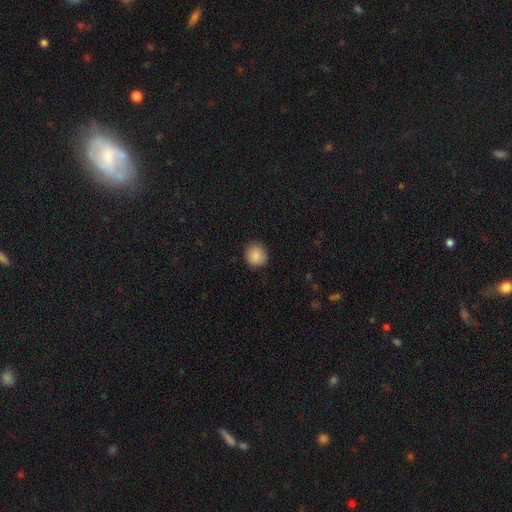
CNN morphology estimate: type=smooth (88%); roundness=round (87%); merging=none (88%).